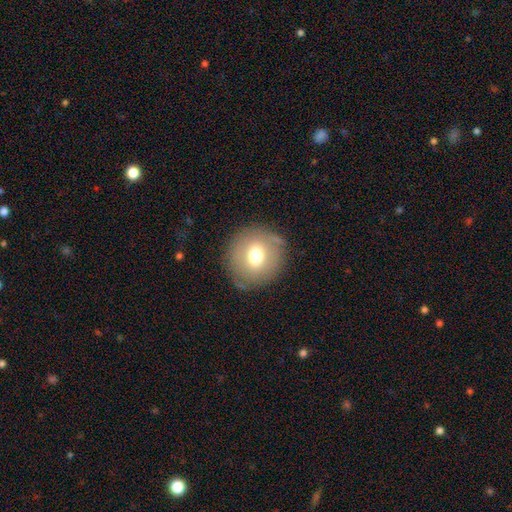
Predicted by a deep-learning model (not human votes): smooth_or_featured: smooth (p=0.66) [alt: featured or disk p=0.23]
how_rounded: round (p=0.88) [alt: in between p=0.11]
merging: none (p=0.83) [alt: minor disturbance p=0.11]